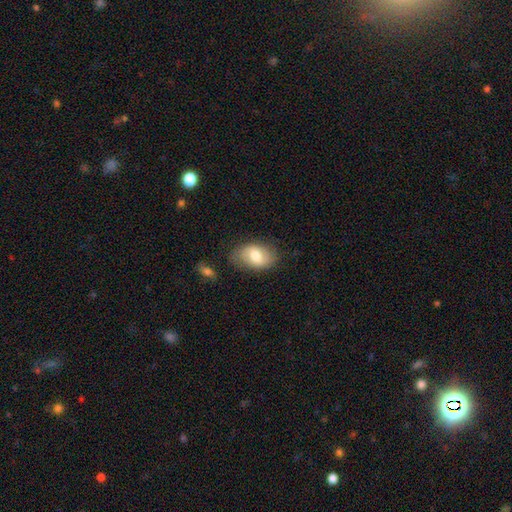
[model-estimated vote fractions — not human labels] Morphology: type=smooth (70%); roundness=in between (87%); merging=none (72%).